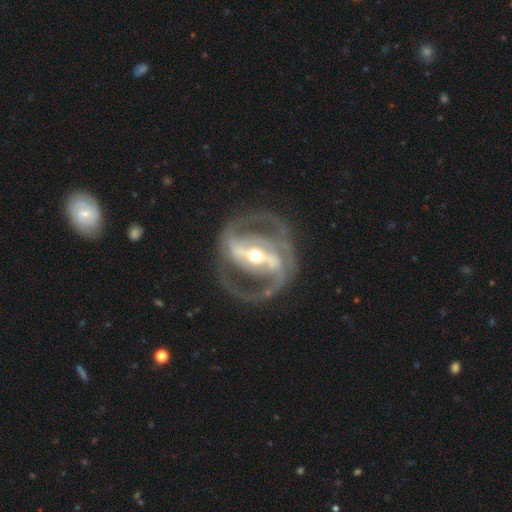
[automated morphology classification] smooth_or_featured: featured or disk (p=0.88) [alt: smooth p=0.07]
disk_edge_on: no (p=0.94) [alt: yes p=0.06]
bar: strong (p=0.71) [alt: weak p=0.19]
has_spiral_arms: yes (p=0.83) [alt: no p=0.17]
spiral_winding: medium (p=0.47) [alt: tight p=0.34]
spiral_arm_count: 2 (p=0.78) [alt: can't tell p=0.09]
bulge_size: moderate (p=0.55) [alt: small p=0.38]
merging: none (p=0.70) [alt: major disturbance p=0.14]